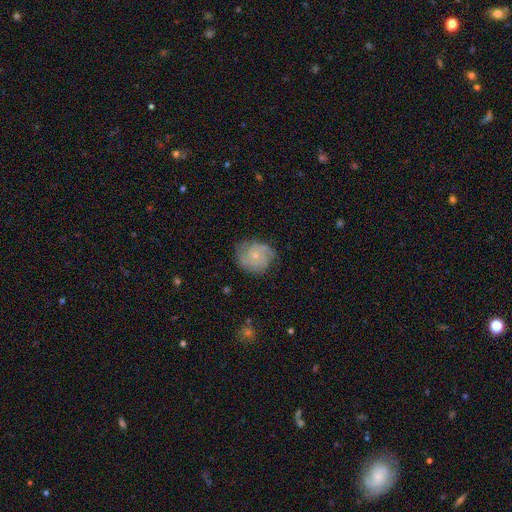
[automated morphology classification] Smooth or featured? Predicted: featured or disk (p=0.73). Edge-on disk? Predicted: no (p=0.98). Bar? Predicted: no (p=0.80). Spiral arms? Predicted: yes (p=0.92). Spiral winding? Predicted: tight (p=0.57). Spiral arm count? Predicted: 2 (p=0.32). Bulge size? Predicted: small (p=0.71). Merging? Predicted: none (p=0.74).